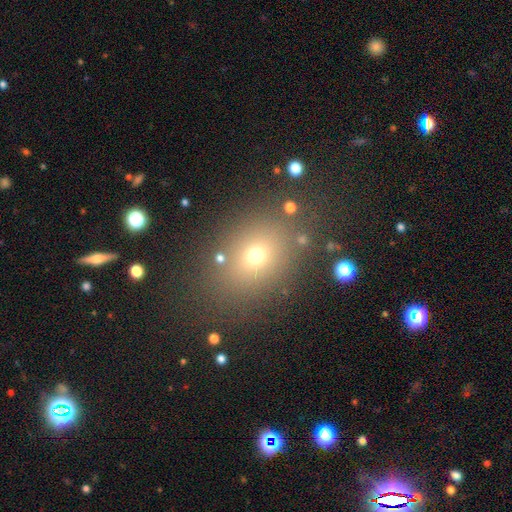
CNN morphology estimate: type=smooth (66%); roundness=in between (55%); merging=none (80%).